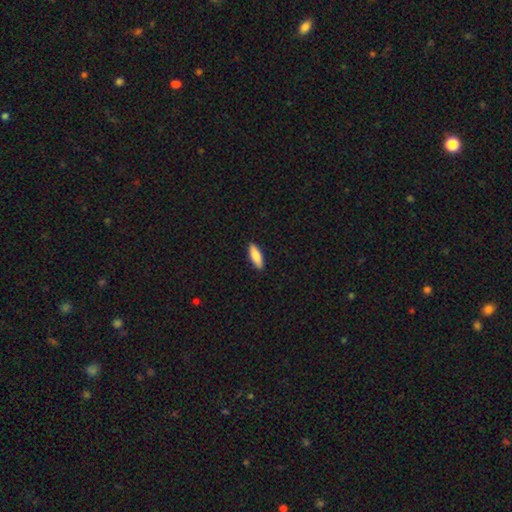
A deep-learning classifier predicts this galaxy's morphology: Smooth or featured?
  - smooth: 83% *
  - featured or disk: 11%
  - star or artifact: 6%
How rounded?
  - in between: 55% *
  - cigar-shaped: 43%
  - round: 2%
Merging?
  - none: 90% *
  - minor disturbance: 7%
  - major disturbance: 2%
  - merger: 1%